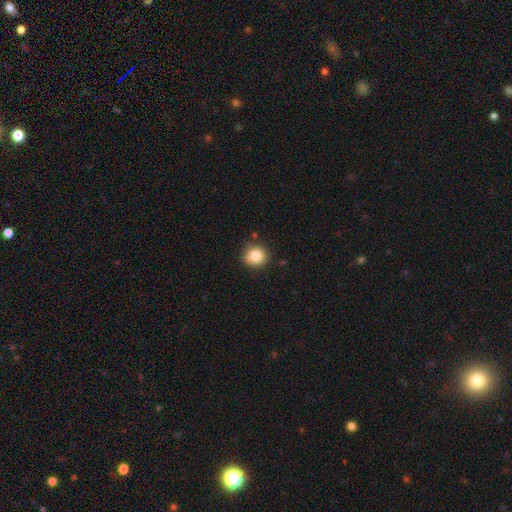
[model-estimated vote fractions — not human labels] smooth 84%, star or artifact 10%, featured or disk 6%. Down the decision tree: how rounded — round (88%); merging — none (78%).